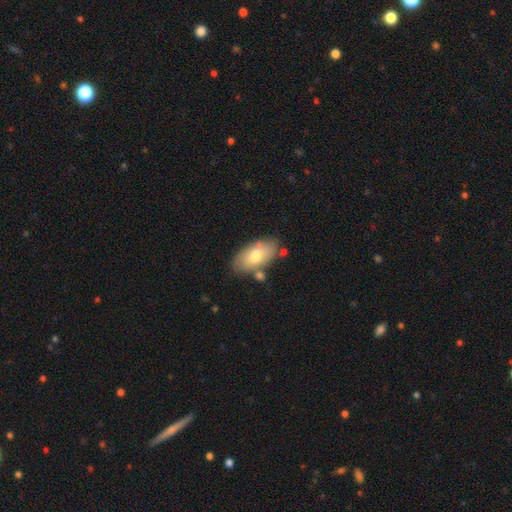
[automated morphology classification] A smooth galaxy with no disk features (71%) that is in between round and cigar-shaped (93%).

Vote fractions:
- Smooth or featured? smooth: 71% / featured or disk: 23% / star or artifact: 6%
- How rounded? in between: 93% / round: 3% / cigar-shaped: 3%
- Merging? none: 72% / minor disturbance: 15% / merger: 9% / major disturbance: 4%